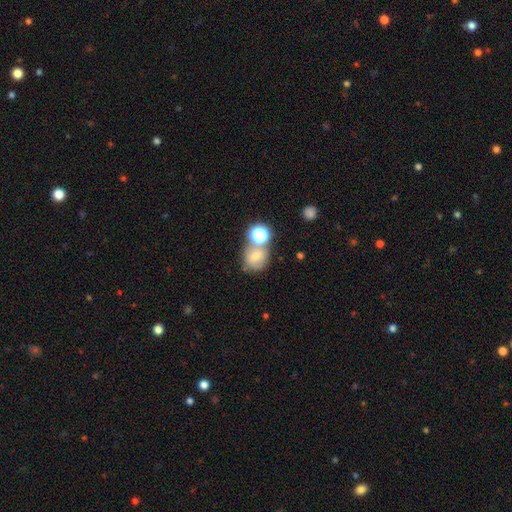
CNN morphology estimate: A smooth galaxy with no disk features (55%) that is round (69%).

Vote fractions:
- Smooth or featured? smooth: 55% / star or artifact: 23% / featured or disk: 22%
- How rounded? round: 69% / in between: 30% / cigar-shaped: 1%
- Merging? none: 52% / merger: 29% / minor disturbance: 13% / major disturbance: 6%